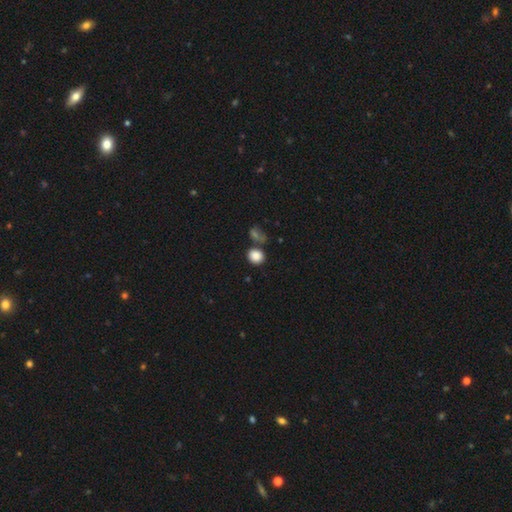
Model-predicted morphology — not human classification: Overall: smooth (86%). How rounded: round (74%). Merging: none (65%).